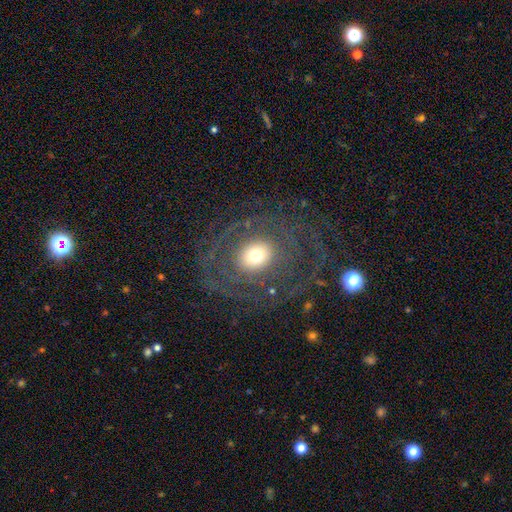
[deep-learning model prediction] Smooth or featured? featured or disk (65%)
Edge-on disk? no (95%)
Bar? no (85%)
Spiral arms? yes (69%)
Bulge size? moderate (46%)
Merging? none (73%)